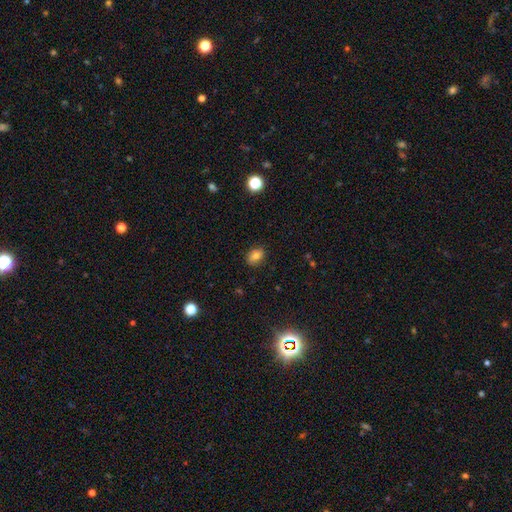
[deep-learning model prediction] Q: Smooth or featured?
A: smooth (75%); runner-up: star or artifact (13%)
Q: How rounded?
A: in between (60%); runner-up: round (39%)
Q: Merging?
A: none (85%); runner-up: minor disturbance (12%)